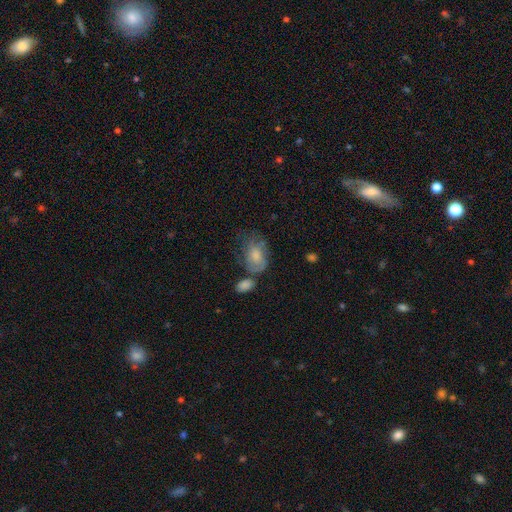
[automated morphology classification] A smooth galaxy with no disk features (66%) that is in between round and cigar-shaped (82%).

Vote fractions:
- Smooth or featured? smooth: 66% / featured or disk: 26% / star or artifact: 8%
- How rounded? in between: 82% / round: 16% / cigar-shaped: 2%
- Merging? none: 38% / minor disturbance: 28% / major disturbance: 18% / merger: 15%